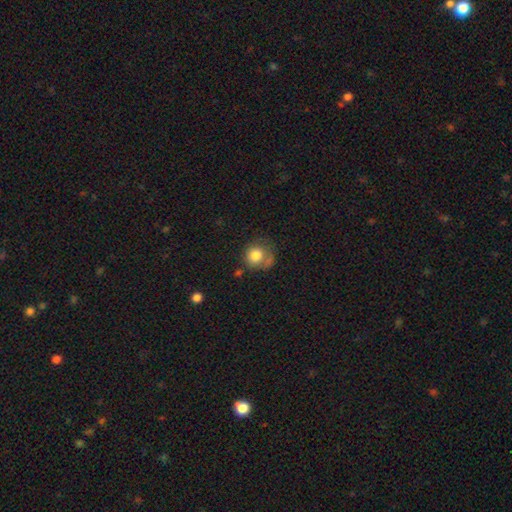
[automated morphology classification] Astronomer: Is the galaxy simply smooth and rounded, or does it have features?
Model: smooth — 78%.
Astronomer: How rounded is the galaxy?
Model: round — 83%.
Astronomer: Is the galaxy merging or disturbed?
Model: none — 50%.